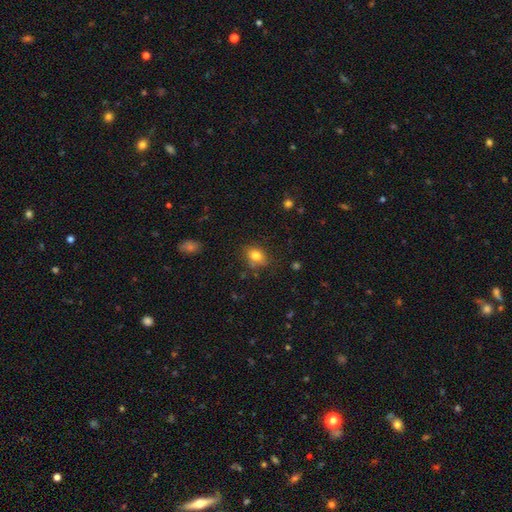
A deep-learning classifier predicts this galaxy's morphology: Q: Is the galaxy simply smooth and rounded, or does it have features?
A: smooth — 81%.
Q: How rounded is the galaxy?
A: in between — 68%.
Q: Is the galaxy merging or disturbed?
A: none — 75%.